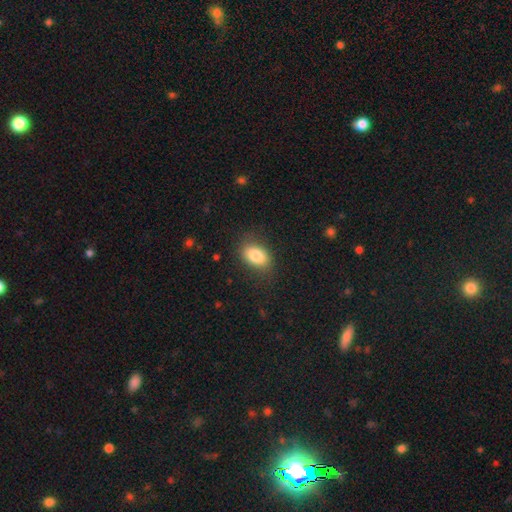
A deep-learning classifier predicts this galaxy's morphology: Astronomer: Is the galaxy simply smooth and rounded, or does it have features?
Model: smooth — 83%.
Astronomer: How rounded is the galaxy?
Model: in between — 84%.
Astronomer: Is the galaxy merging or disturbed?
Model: none — 79%.